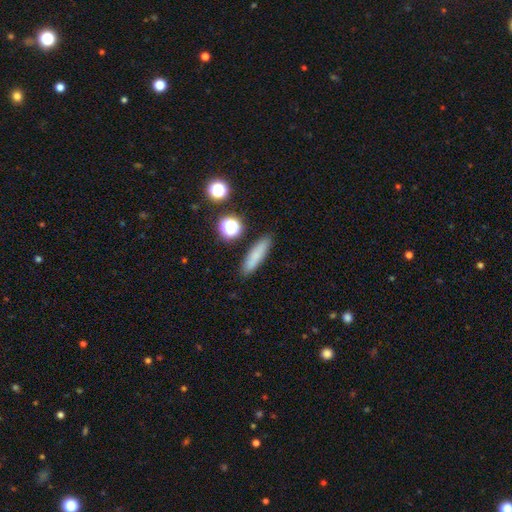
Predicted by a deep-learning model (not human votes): Smooth or featured? smooth (78%)
How rounded? cigar-shaped (74%)
Merging? none (87%)